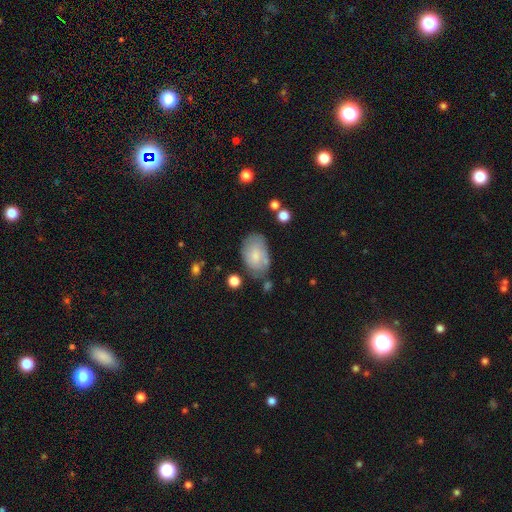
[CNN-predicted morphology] smooth 68%, featured or disk 25%, star or artifact 7%. Down the decision tree: how rounded — in between (90%); merging — none (60%).